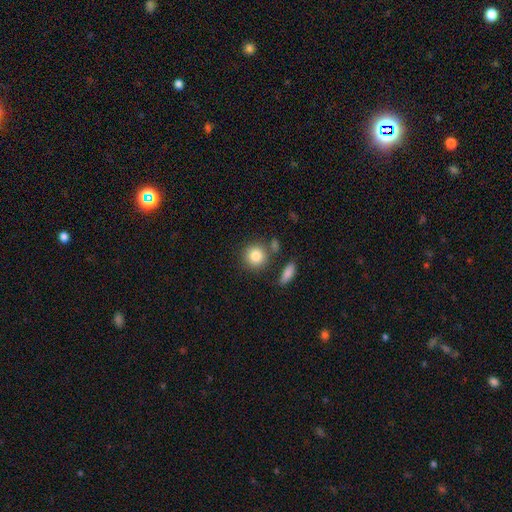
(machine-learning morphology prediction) A smooth galaxy with no disk features (84%) that is round (88%). Merging: none (74%).